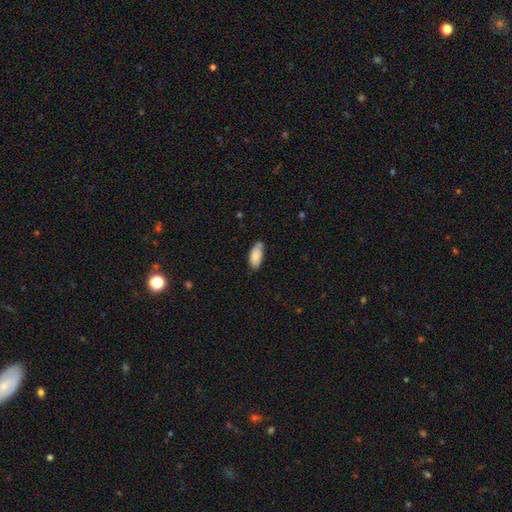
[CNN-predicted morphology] smooth_or_featured: smooth (p=0.85) [alt: featured or disk p=0.08]
how_rounded: in between (p=0.91) [alt: cigar-shaped p=0.07]
merging: none (p=0.62) [alt: minor disturbance p=0.27]